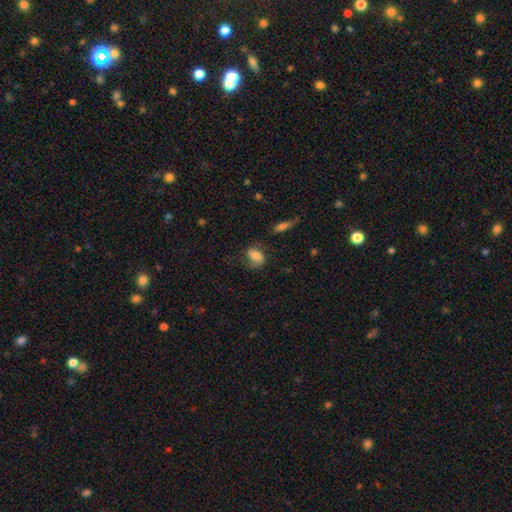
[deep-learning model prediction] smooth_or_featured: smooth (p=0.59) [alt: featured or disk p=0.32]
how_rounded: in between (p=0.78) [alt: round p=0.19]
merging: none (p=0.55) [alt: minor disturbance p=0.24]